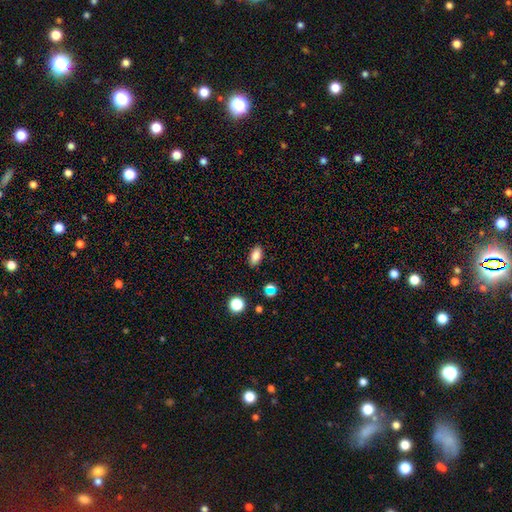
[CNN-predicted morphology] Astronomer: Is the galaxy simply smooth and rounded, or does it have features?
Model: smooth — 83%.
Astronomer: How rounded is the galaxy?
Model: in between — 88%.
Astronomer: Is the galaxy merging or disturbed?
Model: none — 87%.